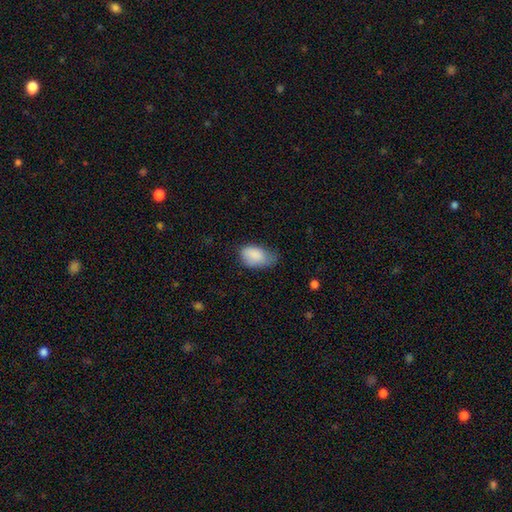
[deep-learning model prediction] A smooth galaxy with no disk features (85%) that is in between round and cigar-shaped (90%). Merging: minor disturbance (45%).